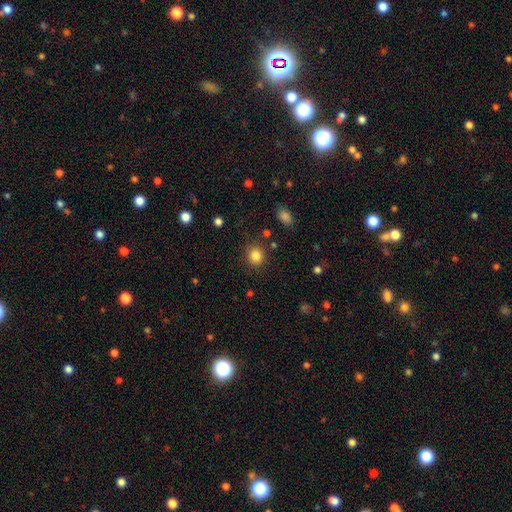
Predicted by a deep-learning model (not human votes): The model was most divided on "how rounded": round: 84%, in between: 15%, cigar-shaped: 1%. More confident: merging — none (87%); smooth or featured — smooth (84%).